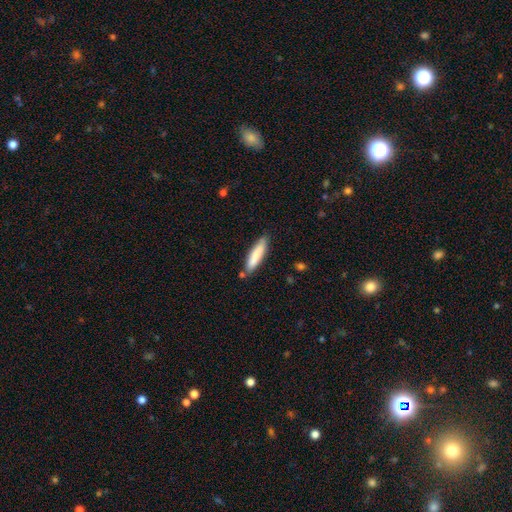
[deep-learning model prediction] Smooth or featured? Predicted: smooth (p=0.81). How rounded? Predicted: cigar-shaped (p=0.81). Merging? Predicted: none (p=0.79).